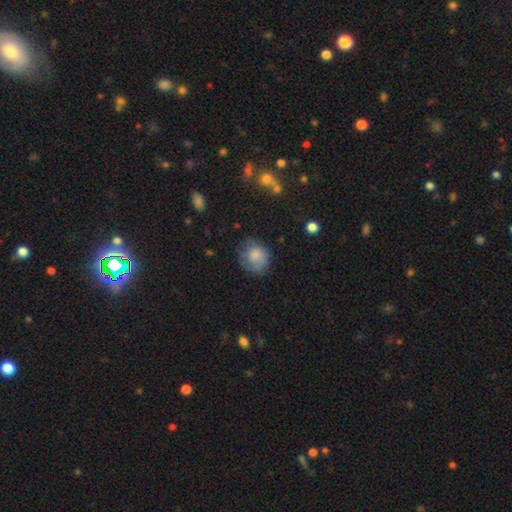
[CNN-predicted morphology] Smooth or featured: smooth — 79% (featured or disk — 13%)
How rounded: round — 79% (in between — 20%)
Merging: none — 57% (minor disturbance — 29%)